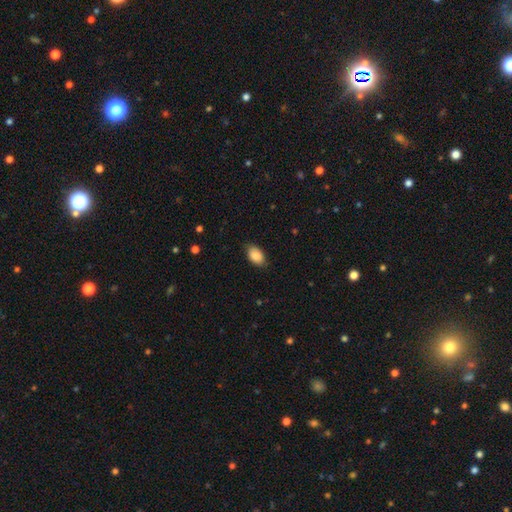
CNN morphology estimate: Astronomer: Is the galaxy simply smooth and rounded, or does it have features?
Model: smooth — 88%.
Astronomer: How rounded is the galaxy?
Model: in between — 89%.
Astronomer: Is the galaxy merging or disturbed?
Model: none — 83%.